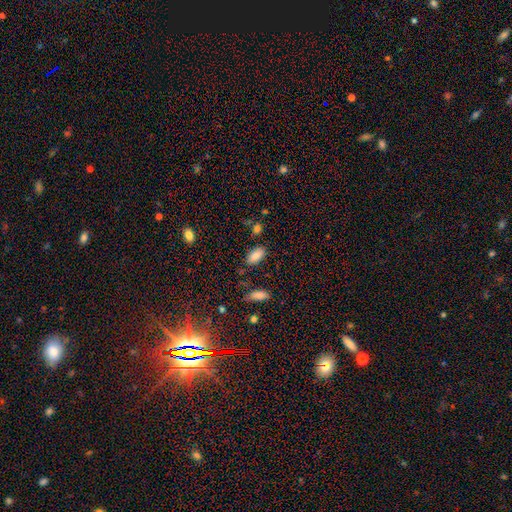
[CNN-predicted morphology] The model was most divided on "merging": none: 81%, minor disturbance: 12%, merger: 3%, major disturbance: 3%. More confident: how rounded — in between (92%); smooth or featured — smooth (85%).